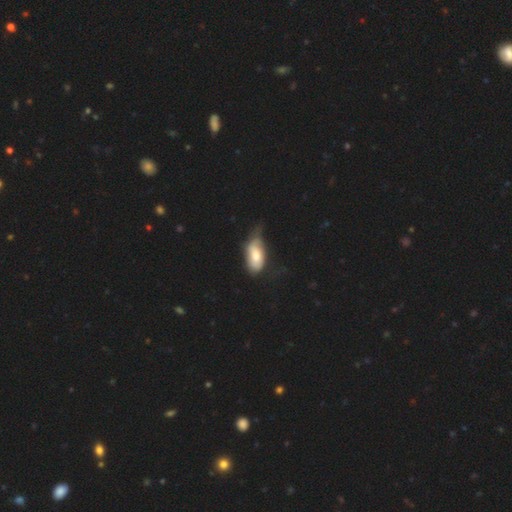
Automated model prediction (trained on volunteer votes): This is likely a smooth galaxy (66%). How rounded: clearly in between (91%). Merging: marginally minor disturbance (41%).